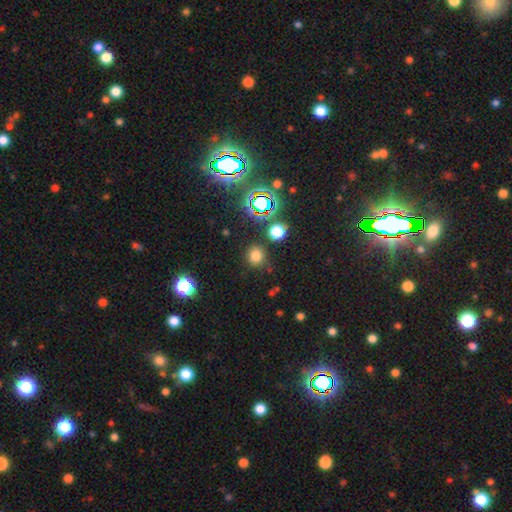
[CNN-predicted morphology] Smooth or featured?
  - smooth: 72% *
  - star or artifact: 22%
  - featured or disk: 6%
How rounded?
  - round: 84% *
  - in between: 15%
  - cigar-shaped: 1%
Merging?
  - none: 82% *
  - minor disturbance: 10%
  - merger: 4%
  - major disturbance: 4%